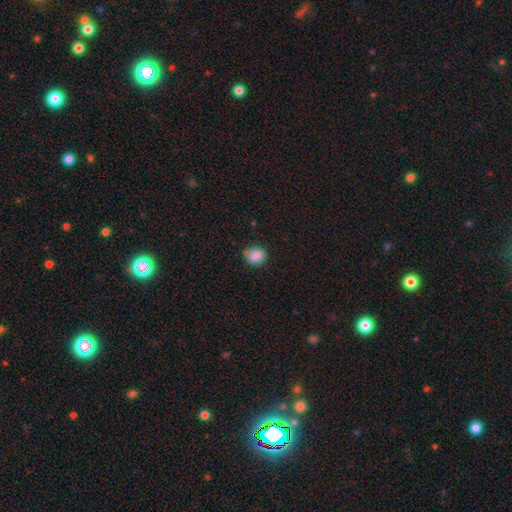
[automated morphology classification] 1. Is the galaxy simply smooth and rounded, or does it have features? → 85% smooth, 10% star or artifact, 5% featured or disk.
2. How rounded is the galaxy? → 63% round, 36% in between, 1% cigar-shaped.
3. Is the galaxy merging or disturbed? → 69% none, 23% minor disturbance, 4% major disturbance, 4% merger.